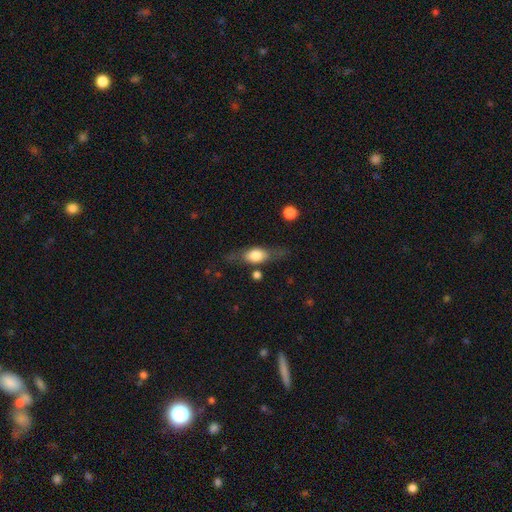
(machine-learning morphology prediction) type=smooth (52%); roundness=in between (64%); merging=none (66%).